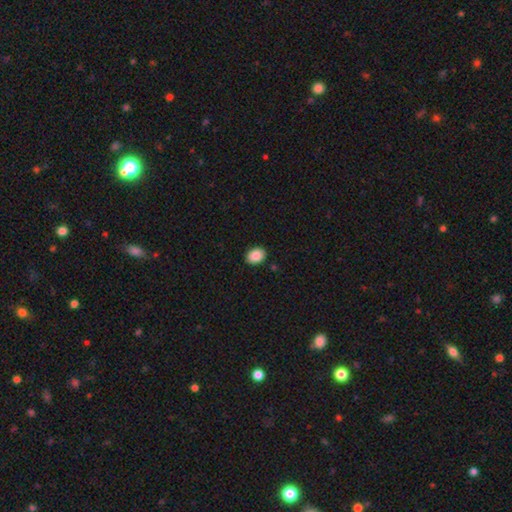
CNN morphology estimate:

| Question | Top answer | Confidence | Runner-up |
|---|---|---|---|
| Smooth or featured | smooth | 88% | star or artifact (8%) |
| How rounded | in between | 65% | round (34%) |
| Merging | none | 90% | minor disturbance (7%) |